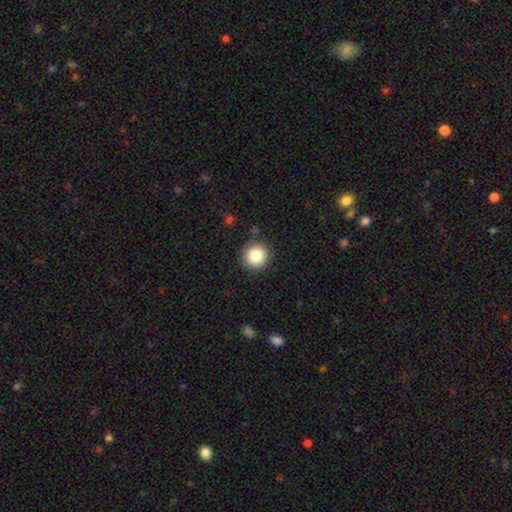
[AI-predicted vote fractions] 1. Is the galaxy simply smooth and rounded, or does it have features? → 83% smooth, 10% star or artifact, 7% featured or disk.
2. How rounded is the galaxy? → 94% round, 5% in between, 1% cigar-shaped.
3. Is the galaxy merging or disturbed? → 90% none, 7% minor disturbance, 2% major disturbance, 2% merger.